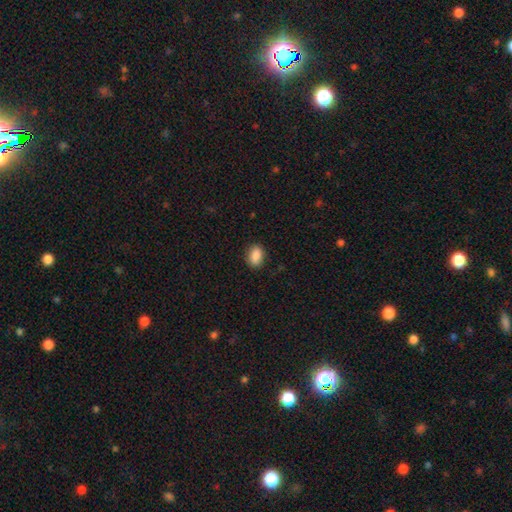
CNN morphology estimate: smooth-or-featured: smooth: 88% | star or artifact: 8% | featured or disk: 4%
  how-rounded: in between: 83% | round: 15% | cigar-shaped: 2%
  merging: none: 88% | minor disturbance: 9% | major disturbance: 2% | merger: 1%